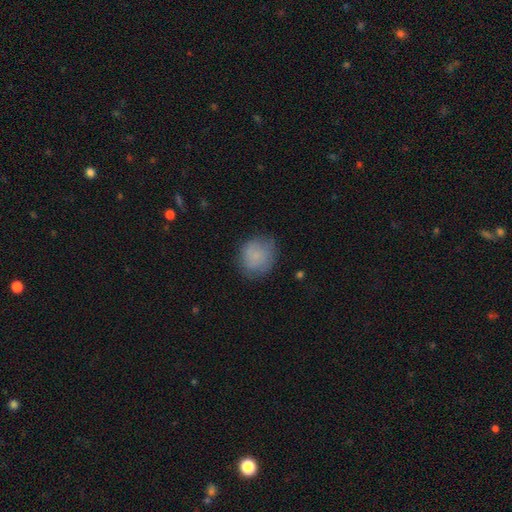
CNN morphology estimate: Overall: smooth (80%). How rounded: round (77%). Merging: none (73%).